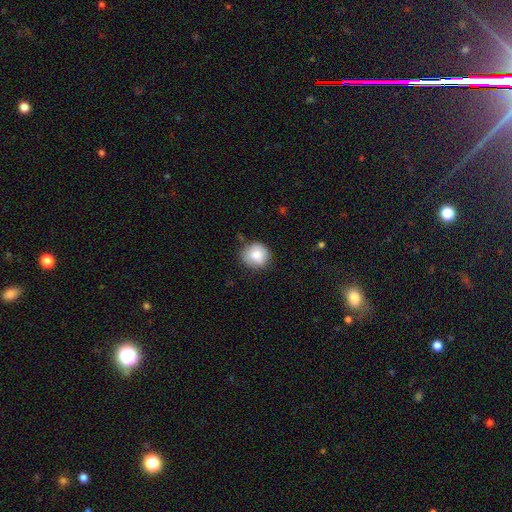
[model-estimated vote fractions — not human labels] smooth_or_featured: smooth (p=0.83) [alt: featured or disk p=0.09]
how_rounded: round (p=0.87) [alt: in between p=0.12]
merging: none (p=0.76) [alt: minor disturbance p=0.18]